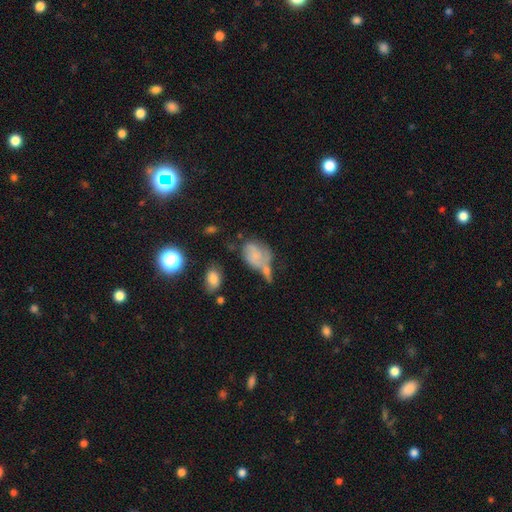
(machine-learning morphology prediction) Overall: smooth (49%; featured or disk 41%). Merging: merger (31%; none 27%).